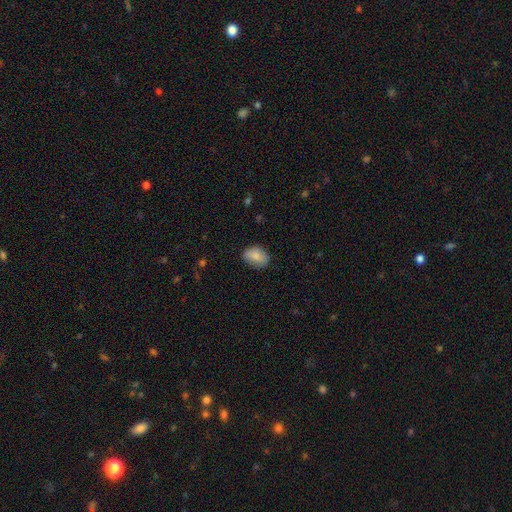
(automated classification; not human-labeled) A smooth galaxy with no disk features (83%) that is in between round and cigar-shaped (81%).

Vote fractions:
- Smooth or featured? smooth: 83% / featured or disk: 10% / star or artifact: 7%
- How rounded? in between: 81% / round: 18% / cigar-shaped: 1%
- Merging? none: 75% / minor disturbance: 20% / major disturbance: 4% / merger: 1%